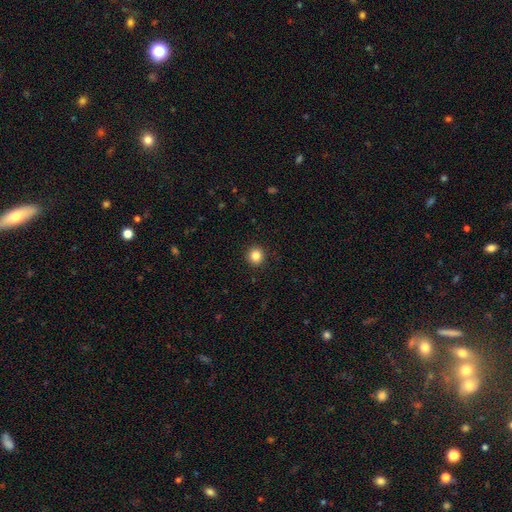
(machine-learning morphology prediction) The model was most divided on "smooth or featured": smooth: 84%, star or artifact: 11%, featured or disk: 5%. More confident: merging — none (93%); how rounded — round (92%).